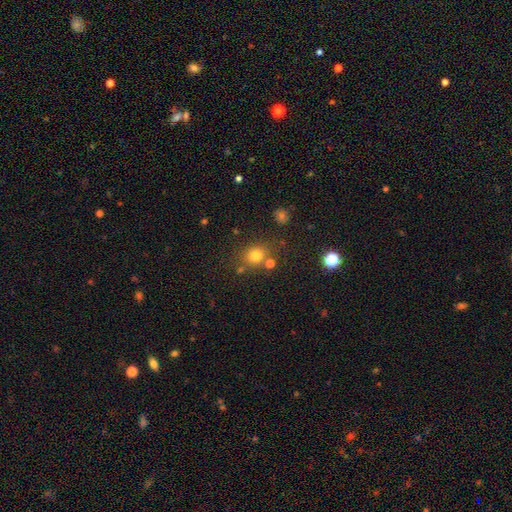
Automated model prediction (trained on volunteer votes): Smooth or featured?
  - smooth: 77% *
  - star or artifact: 16%
  - featured or disk: 7%
How rounded?
  - round: 77% *
  - in between: 22%
  - cigar-shaped: 1%
Merging?
  - none: 73% *
  - minor disturbance: 12%
  - merger: 11%
  - major disturbance: 5%